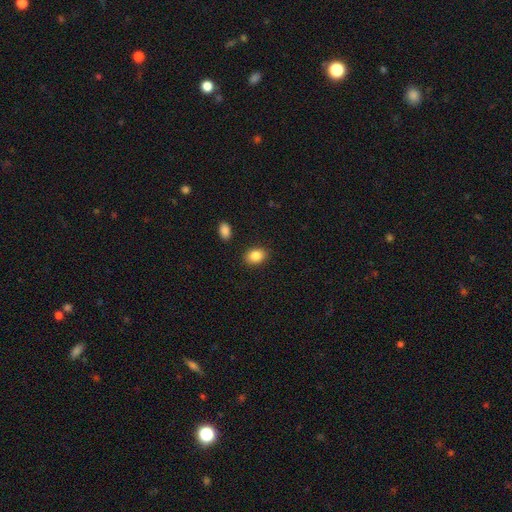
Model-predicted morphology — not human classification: smooth 86%, star or artifact 8%, featured or disk 6%. Down the decision tree: how rounded — in between (76%); merging — none (87%).